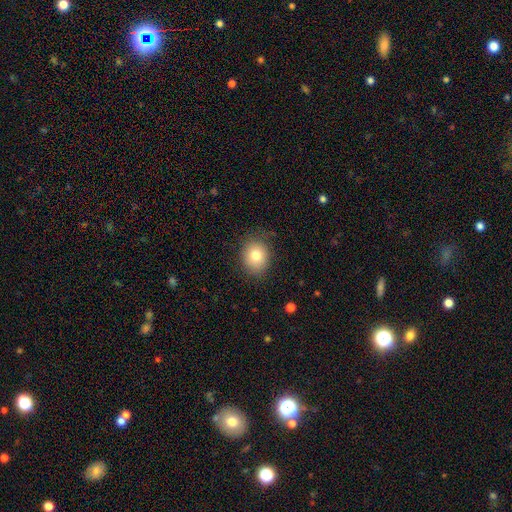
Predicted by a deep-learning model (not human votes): This appears to be a smooth galaxy with no disk features (78%) that is round (69%). Merging: none (82%).